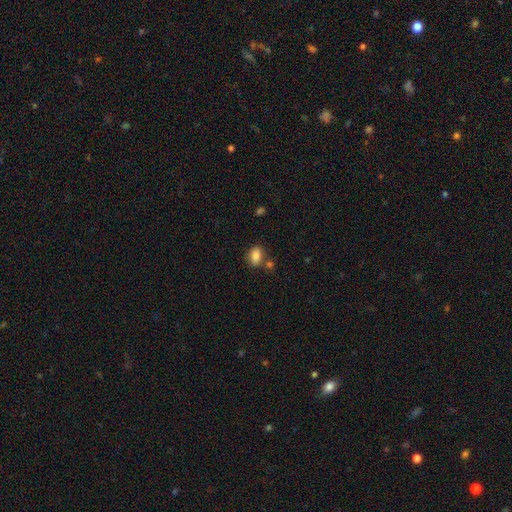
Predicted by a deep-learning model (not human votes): Smooth or featured? Predicted: smooth (p=0.84). How rounded? Predicted: in between (p=0.76). Merging? Predicted: none (p=0.70).